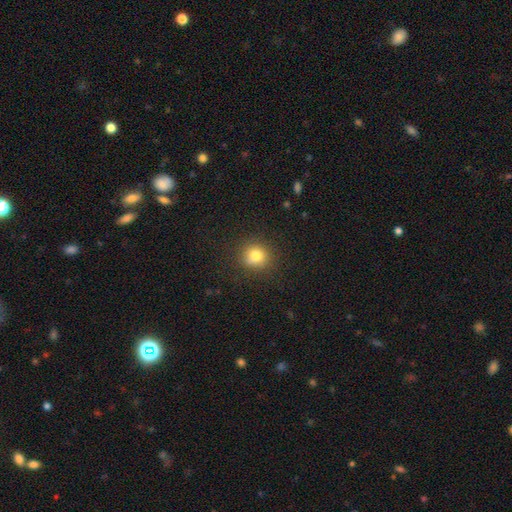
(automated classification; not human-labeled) Smooth or featured: smooth — 80% (star or artifact — 12%)
How rounded: round — 86% (in between — 13%)
Merging: none — 85% (minor disturbance — 10%)